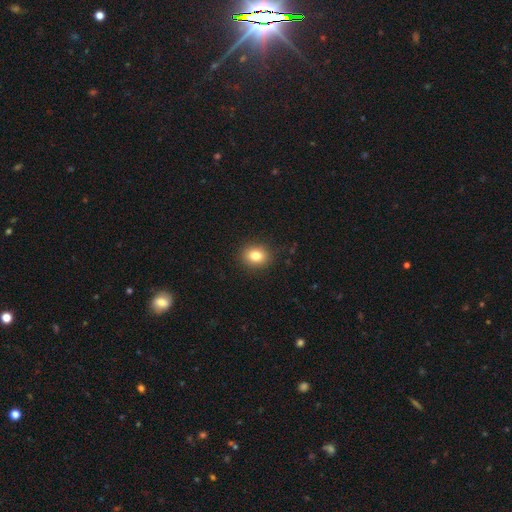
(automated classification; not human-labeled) This is clearly a smooth galaxy (83%). How rounded: possibly round (58%). Merging: clearly none (90%).